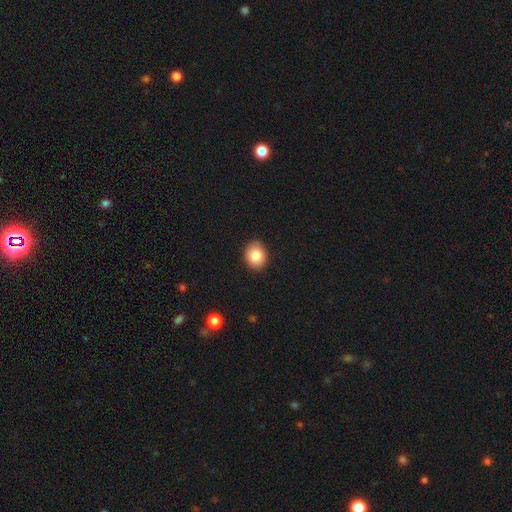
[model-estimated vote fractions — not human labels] Morphology: type=smooth (85%); roundness=round (57%); merging=none (88%).